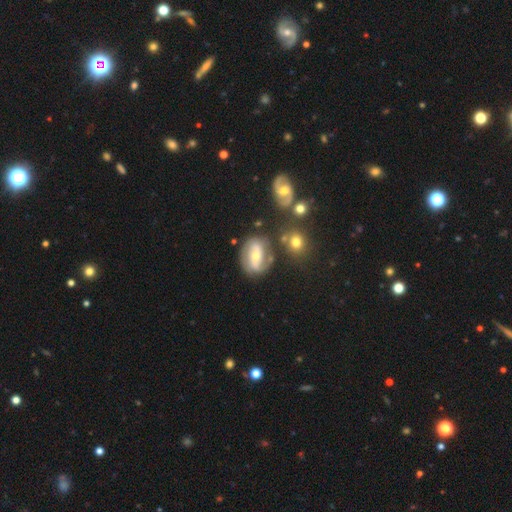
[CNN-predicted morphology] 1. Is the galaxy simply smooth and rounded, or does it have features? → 69% featured or disk, 24% smooth, 7% star or artifact.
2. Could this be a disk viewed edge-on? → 95% no, 5% yes.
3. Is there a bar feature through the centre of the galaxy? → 38% strong, 34% weak, 27% no.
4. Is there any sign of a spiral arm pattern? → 79% yes, 21% no.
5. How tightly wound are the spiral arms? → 43% medium, 32% tight, 26% loose.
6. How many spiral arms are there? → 81% 2, 11% can't tell, 3% 1, 2% 3, 1% 4, 1% more than 4.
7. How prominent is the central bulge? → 58% moderate, 36% small, 4% large, 1% none, 1% dominant.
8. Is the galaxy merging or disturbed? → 70% none, 16% minor disturbance, 8% merger, 7% major disturbance.